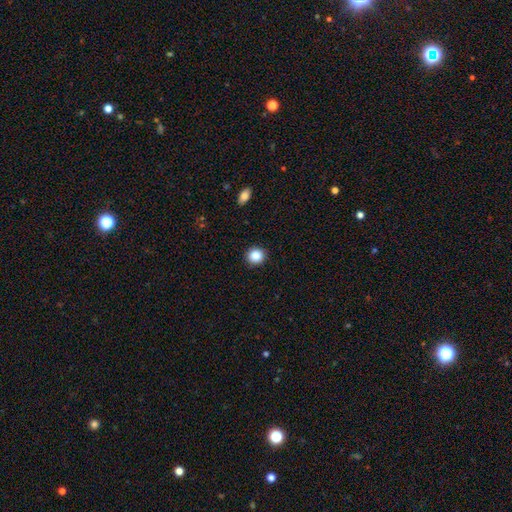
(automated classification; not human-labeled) smooth_or_featured: smooth (p=0.85) [alt: star or artifact p=0.10]
how_rounded: round (p=0.91) [alt: in between p=0.08]
merging: none (p=0.92) [alt: minor disturbance p=0.05]